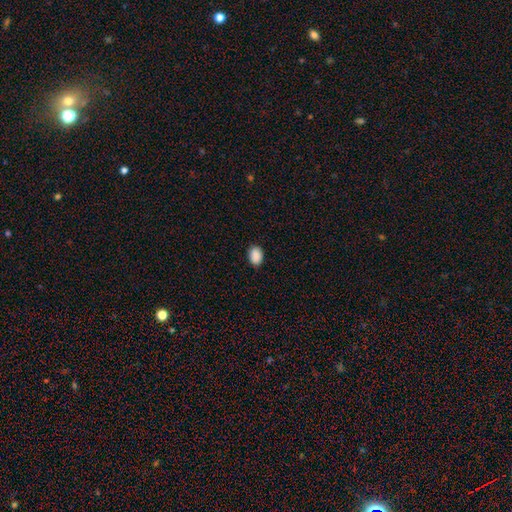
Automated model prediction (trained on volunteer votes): Smooth or featured? smooth (90%)
How rounded? in between (76%)
Merging? none (86%)